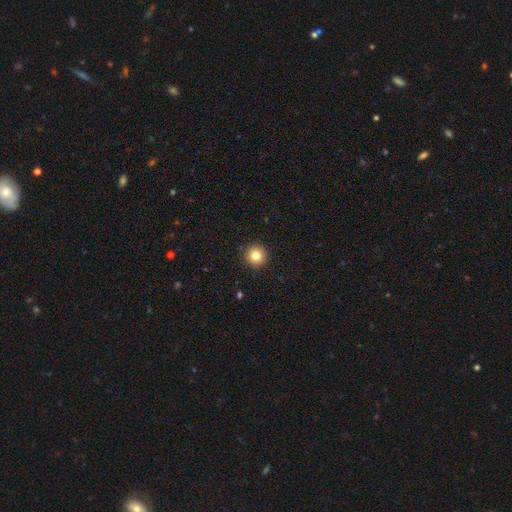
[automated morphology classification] smooth_or_featured: smooth (p=0.81) [alt: star or artifact p=0.11]
how_rounded: round (p=0.96) [alt: in between p=0.03]
merging: none (p=0.93) [alt: minor disturbance p=0.05]